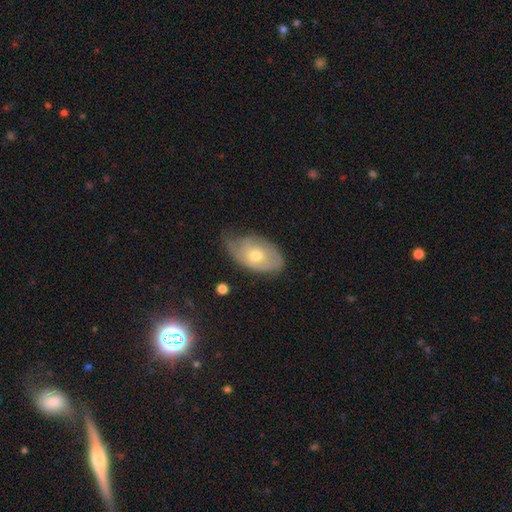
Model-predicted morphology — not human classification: smooth-or-featured: featured or disk: 53% | smooth: 40% | star or artifact: 8%
  disk-edge-on: no: 90% | yes: 10%
  merging: none: 47% | minor disturbance: 39% | major disturbance: 12% | merger: 2%